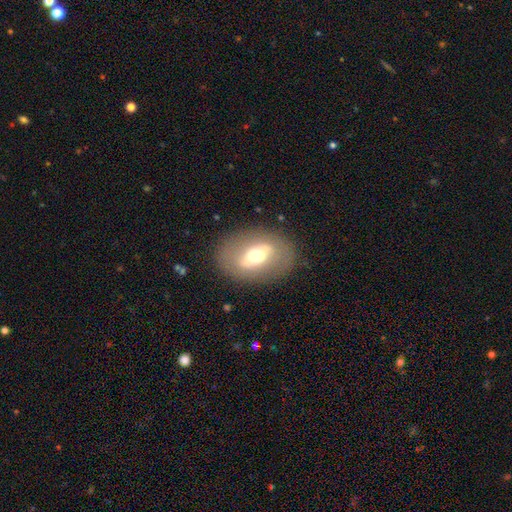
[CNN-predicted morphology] Smooth or featured: featured or disk — 52% (smooth — 40%)
Edge-on disk: no — 83% (yes — 17%)
Merging: none — 82% (minor disturbance — 11%)